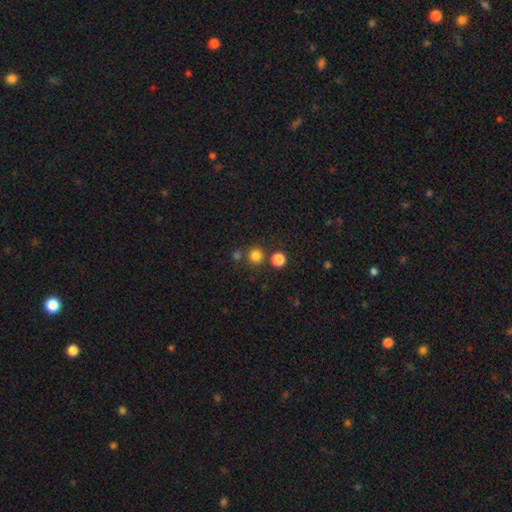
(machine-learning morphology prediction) smooth_or_featured: smooth (p=0.80) [alt: star or artifact p=0.15]
how_rounded: round (p=0.94) [alt: in between p=0.05]
merging: none (p=0.79) [alt: merger p=0.12]